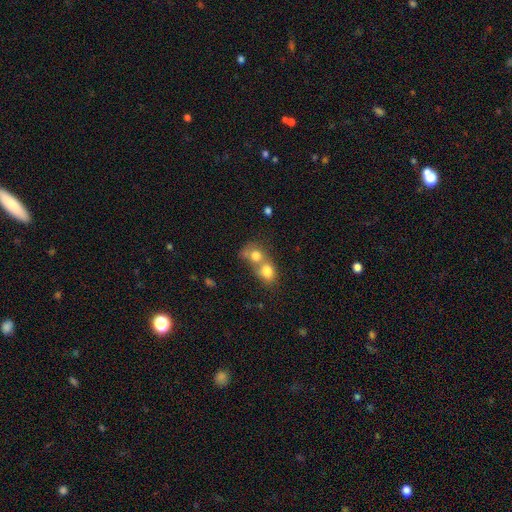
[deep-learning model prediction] Smooth or featured?
  - smooth: 74% *
  - featured or disk: 15%
  - star or artifact: 11%
How rounded?
  - round: 62% *
  - in between: 37%
  - cigar-shaped: 1%
Merging?
  - merger: 69% *
  - none: 22%
  - minor disturbance: 6%
  - major disturbance: 4%